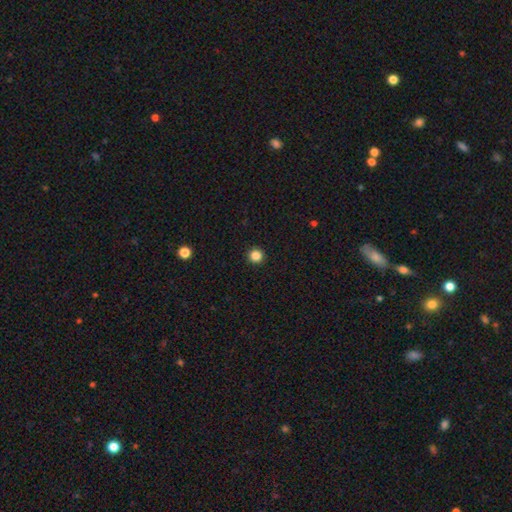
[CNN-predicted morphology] smooth-or-featured: smooth: 85% | star or artifact: 12% | featured or disk: 3%
  how-rounded: round: 96% | in between: 3% | cigar-shaped: 1%
  merging: none: 94% | minor disturbance: 4% | major disturbance: 1% | merger: 1%